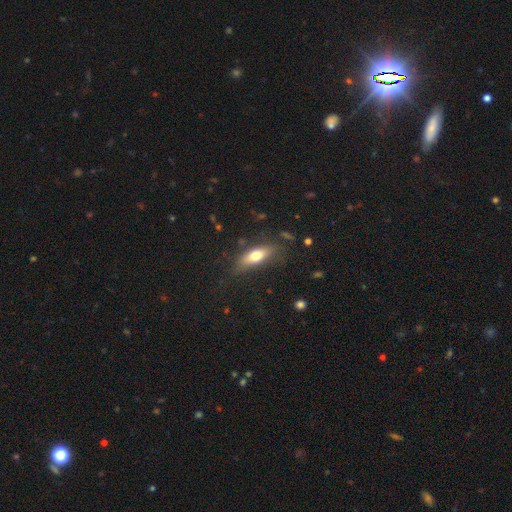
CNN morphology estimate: Smooth or featured? Predicted: smooth (p=0.69). How rounded? Predicted: in between (p=0.62). Merging? Predicted: none (p=0.73).